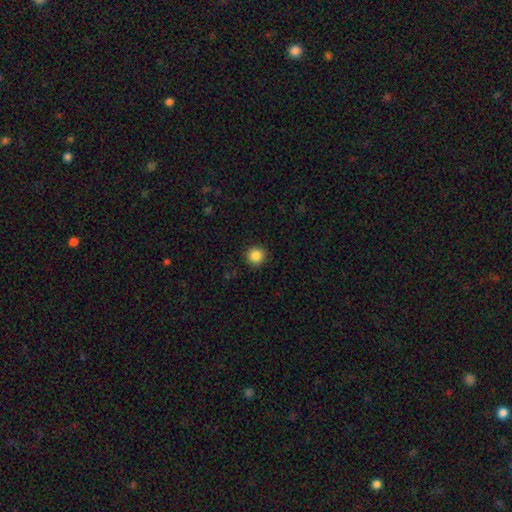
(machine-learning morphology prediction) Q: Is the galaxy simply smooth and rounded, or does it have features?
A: smooth — 87%.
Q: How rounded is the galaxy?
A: round — 95%.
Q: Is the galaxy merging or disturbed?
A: none — 92%.